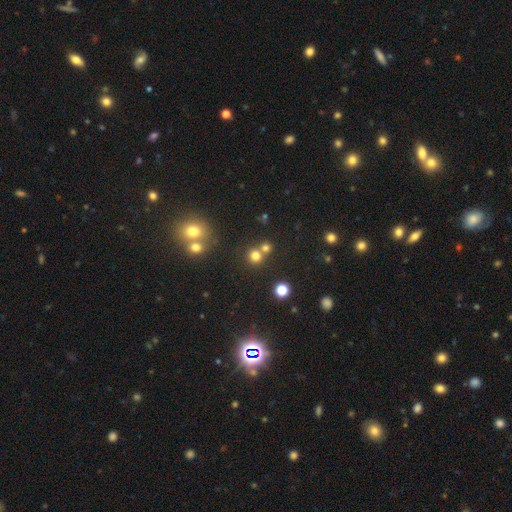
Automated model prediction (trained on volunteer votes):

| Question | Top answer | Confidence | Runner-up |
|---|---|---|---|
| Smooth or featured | smooth | 74% | star or artifact (19%) |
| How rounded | round | 90% | in between (9%) |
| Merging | none | 61% | merger (30%) |